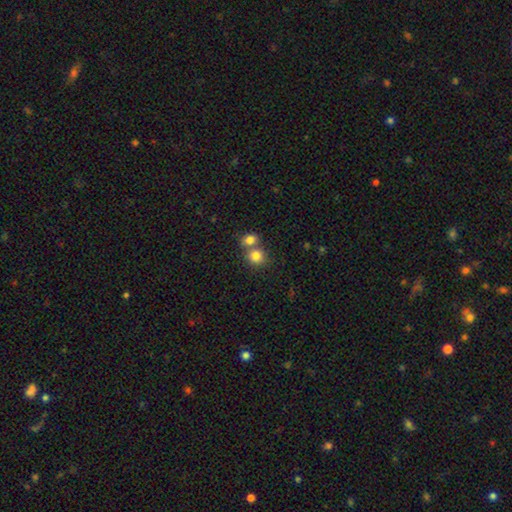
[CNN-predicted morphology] Smooth or featured? Predicted: smooth (p=0.82). How rounded? Predicted: round (p=0.79). Merging? Predicted: none (p=0.46).